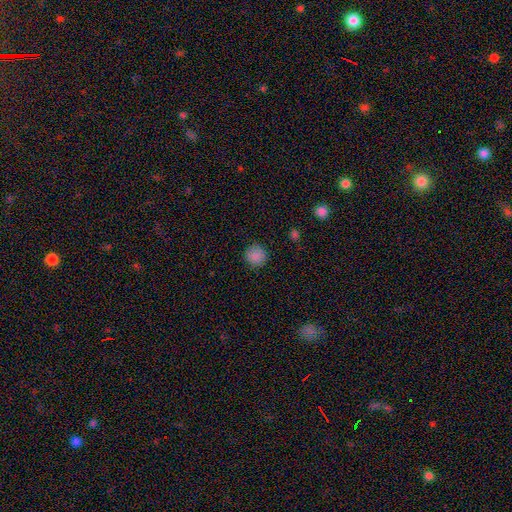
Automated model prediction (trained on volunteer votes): Smooth or featured: smooth — 87% (star or artifact — 10%)
How rounded: round — 93% (in between — 6%)
Merging: none — 89% (minor disturbance — 8%)